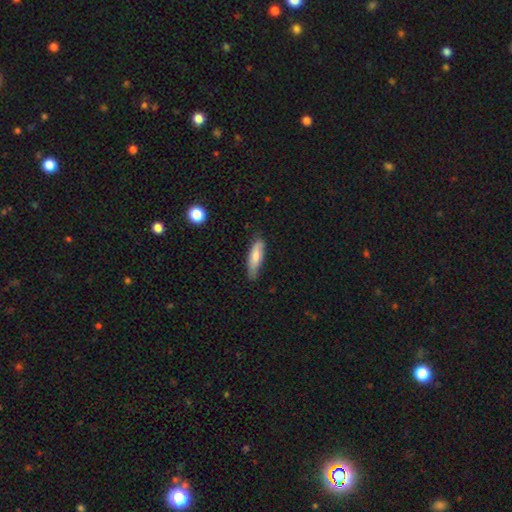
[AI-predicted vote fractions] Smooth or featured? smooth (75%)
How rounded? cigar-shaped (50%)
Merging? none (65%)